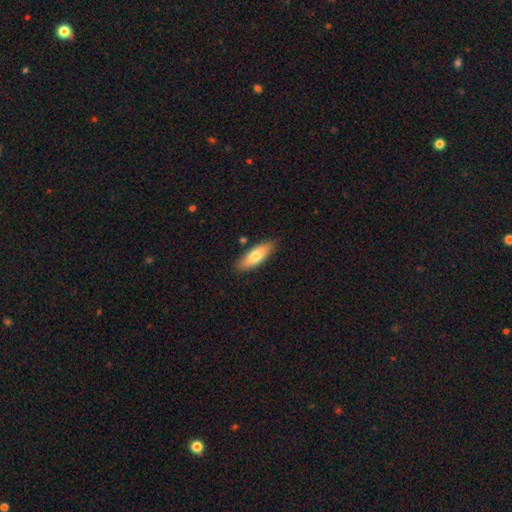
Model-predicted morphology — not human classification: Q: Smooth or featured?
A: smooth (71%); runner-up: featured or disk (23%)
Q: How rounded?
A: in between (62%); runner-up: cigar-shaped (35%)
Q: Merging?
A: none (85%); runner-up: minor disturbance (10%)